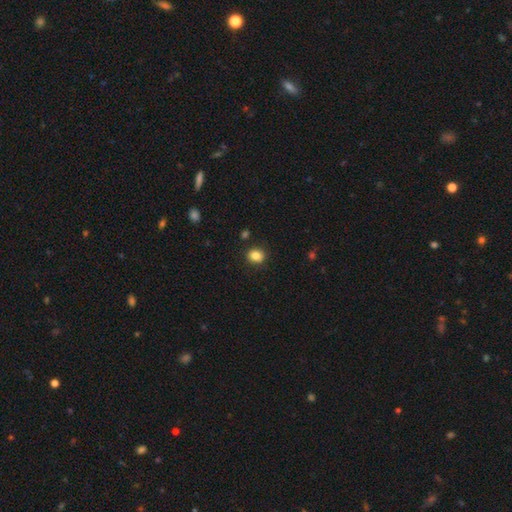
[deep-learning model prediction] Smooth or featured? Predicted: smooth (p=0.85). How rounded? Predicted: round (p=0.64). Merging? Predicted: none (p=0.88).